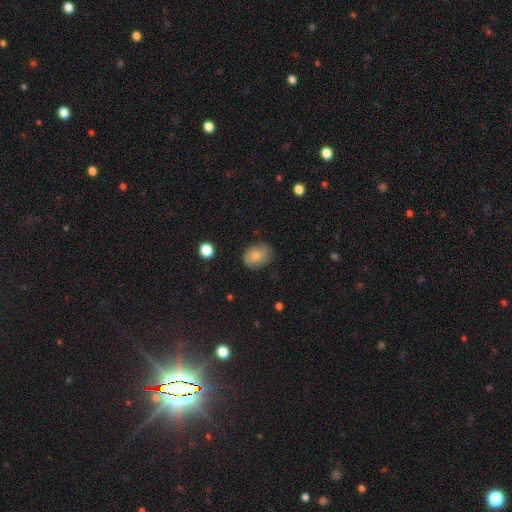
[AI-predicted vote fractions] smooth-or-featured: smooth: 69% | featured or disk: 22% | star or artifact: 9%
  how-rounded: in between: 58% | round: 41% | cigar-shaped: 1%
  merging: none: 75% | minor disturbance: 19% | major disturbance: 4% | merger: 1%